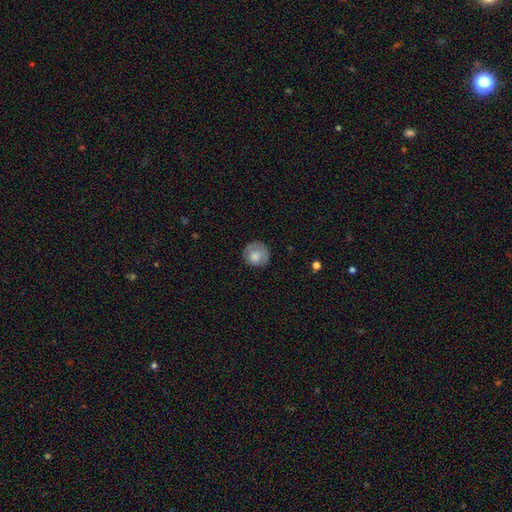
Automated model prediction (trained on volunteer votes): Smooth or featured? Predicted: smooth (p=0.78). How rounded? Predicted: round (p=0.90). Merging? Predicted: none (p=0.74).